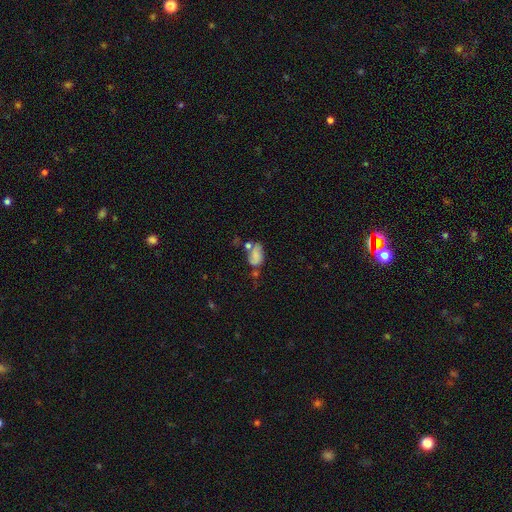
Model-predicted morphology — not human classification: type=smooth (57%); roundness=in between (86%); merging=none (32%).